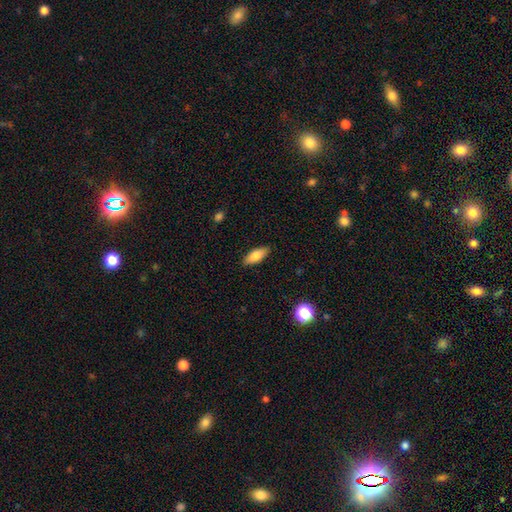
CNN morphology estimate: type=smooth (78%); roundness=in between (76%); merging=none (88%).